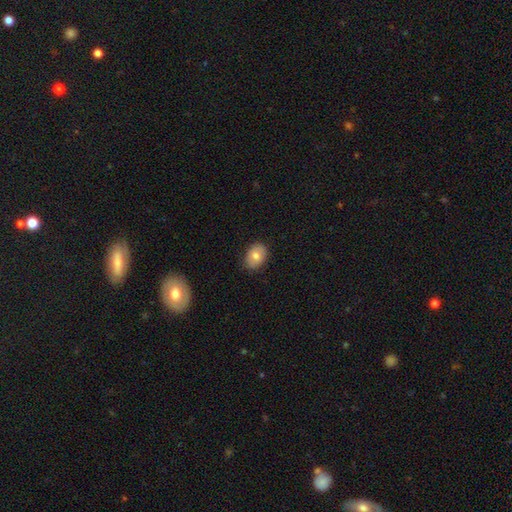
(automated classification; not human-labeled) A smooth galaxy with no disk features (77%) that is in between round and cigar-shaped (72%).

Vote fractions:
- Smooth or featured? smooth: 77% / featured or disk: 15% / star or artifact: 8%
- How rounded? in between: 72% / round: 27% / cigar-shaped: 1%
- Merging? none: 84% / minor disturbance: 12% / major disturbance: 2% / merger: 1%